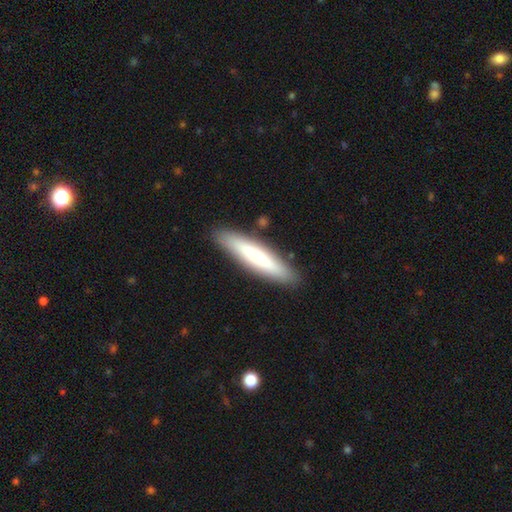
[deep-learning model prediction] smooth 66%, featured or disk 27%, star or artifact 7%. Down the decision tree: how rounded — cigar-shaped (87%); merging — none (88%).